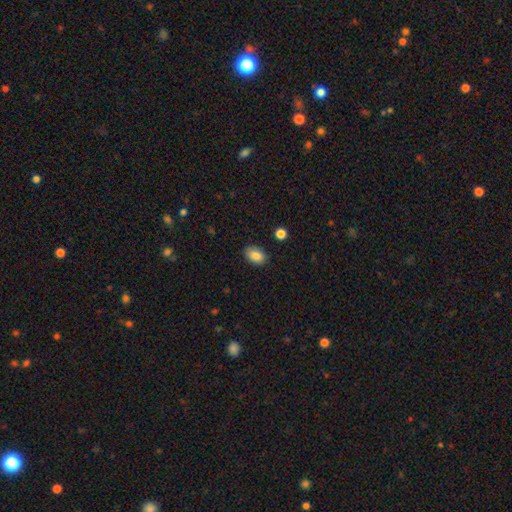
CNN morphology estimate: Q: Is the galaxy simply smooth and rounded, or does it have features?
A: smooth — 86%.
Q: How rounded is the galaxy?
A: in between — 86%.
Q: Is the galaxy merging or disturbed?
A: none — 86%.